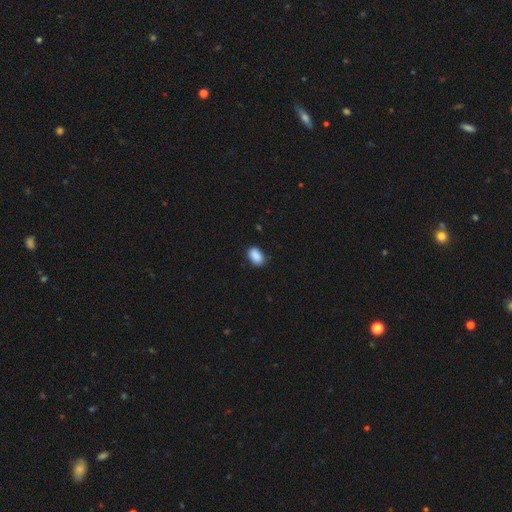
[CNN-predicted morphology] type=smooth (89%); roundness=in between (88%); merging=none (84%).